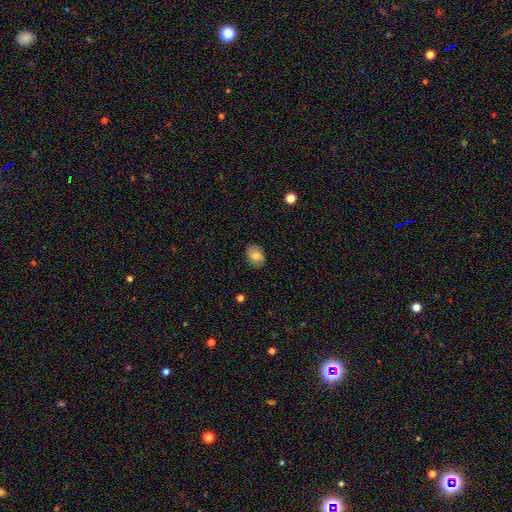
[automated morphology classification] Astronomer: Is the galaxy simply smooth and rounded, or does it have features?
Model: smooth — 72%.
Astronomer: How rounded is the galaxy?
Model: in between — 72%.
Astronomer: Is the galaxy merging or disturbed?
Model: none — 82%.